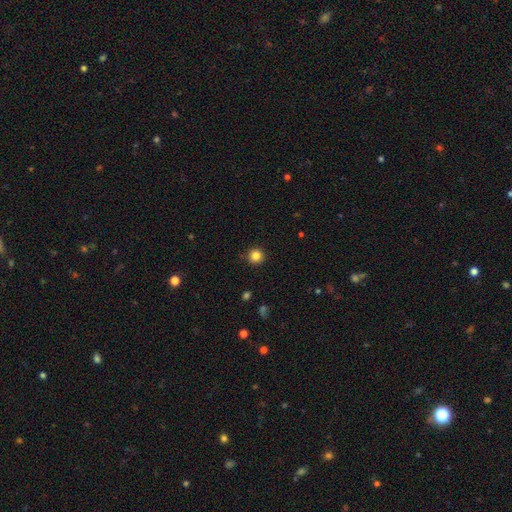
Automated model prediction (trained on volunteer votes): A smooth galaxy with no disk features (84%) that is round (95%). Merging: none (92%).